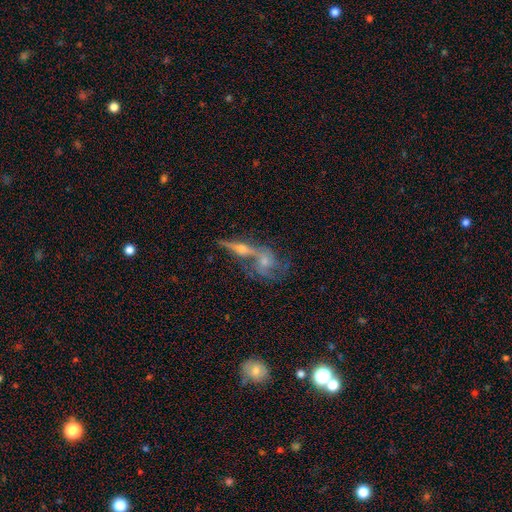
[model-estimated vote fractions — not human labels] This appears to be a featured or disk galaxy (52%). Merging: merger (55%).